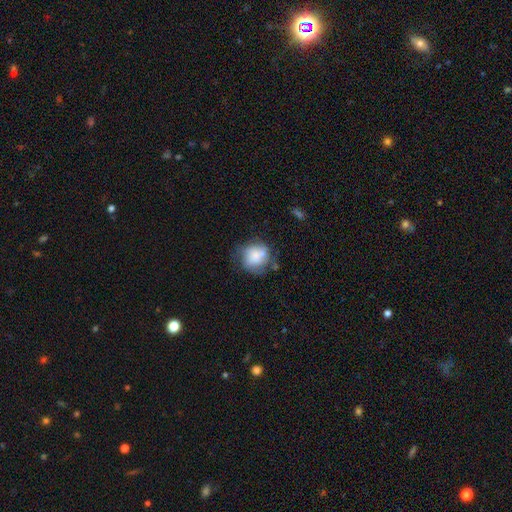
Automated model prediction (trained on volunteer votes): Smooth or featured: smooth — 62% (featured or disk — 30%)
How rounded: round — 74% (in between — 25%)
Merging: none — 47% (minor disturbance — 27%)